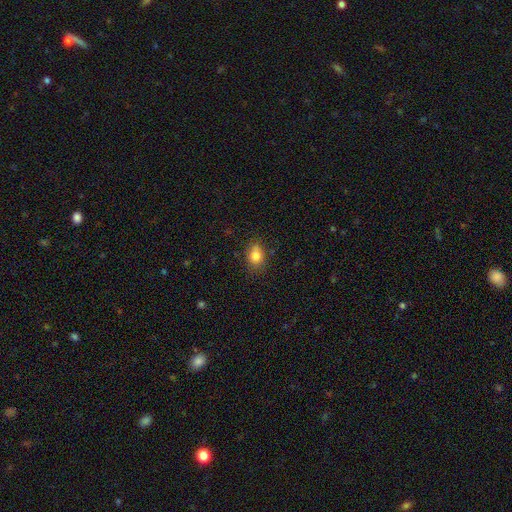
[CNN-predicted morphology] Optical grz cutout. It shows a smooth galaxy with no disk features (81%) that is in between round and cigar-shaped (62%). Merging: none (74%).